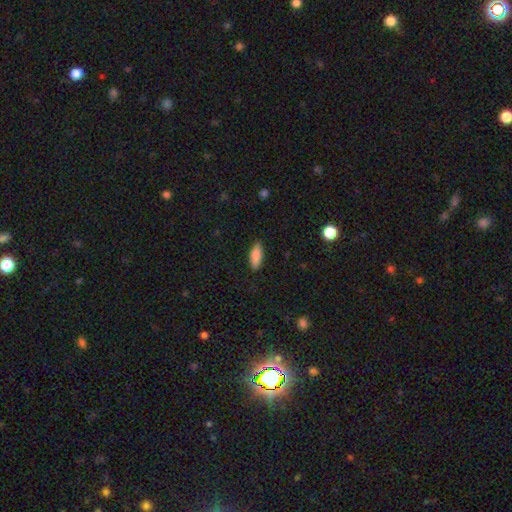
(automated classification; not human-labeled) smooth 86%, featured or disk 7%, star or artifact 7%. Down the decision tree: how rounded — in between (72%); merging — none (86%).